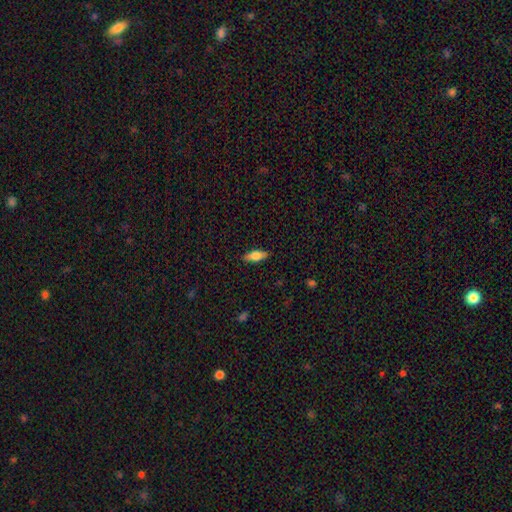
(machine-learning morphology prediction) A smooth galaxy with no disk features (69%) that is in between round and cigar-shaped (69%). Merging: none (88%).